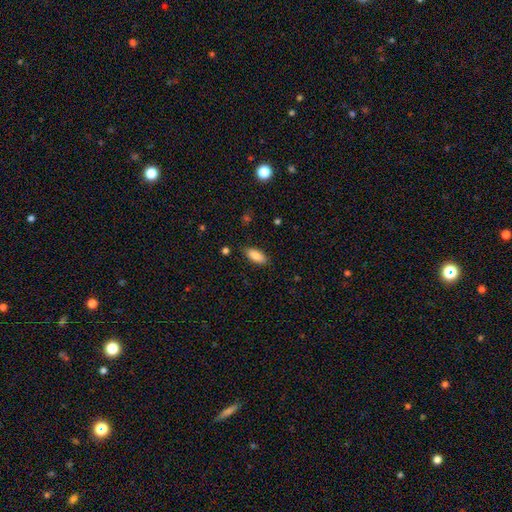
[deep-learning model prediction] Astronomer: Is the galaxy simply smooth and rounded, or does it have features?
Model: smooth — 88%.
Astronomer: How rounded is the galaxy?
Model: in between — 83%.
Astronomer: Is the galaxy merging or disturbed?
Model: none — 86%.